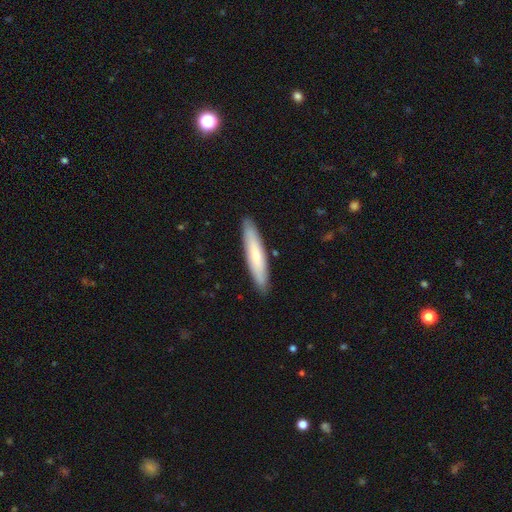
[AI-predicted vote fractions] A smooth galaxy with no disk features (65%) that is cigar-shaped (88%).

Vote fractions:
- Smooth or featured? smooth: 65% / featured or disk: 29% / star or artifact: 5%
- How rounded? cigar-shaped: 88% / in between: 11% / round: 1%
- Merging? none: 89% / minor disturbance: 8% / major disturbance: 1% / merger: 1%